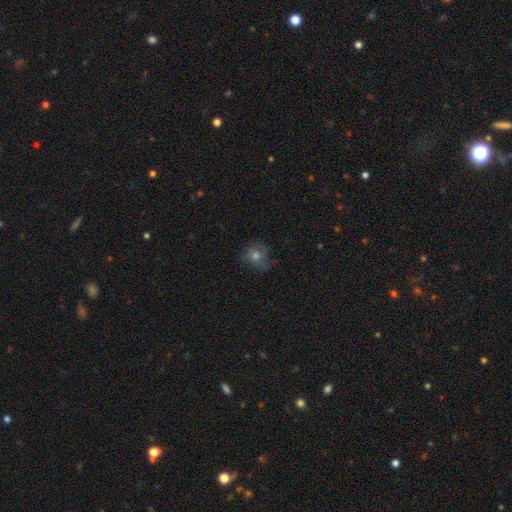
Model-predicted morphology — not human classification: Smooth or featured? Predicted: smooth (p=0.60). How rounded? Predicted: round (p=0.82). Merging? Predicted: none (p=0.70).